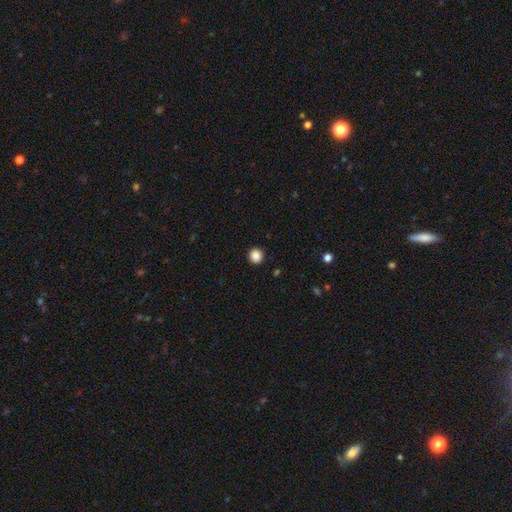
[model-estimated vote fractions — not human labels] smooth_or_featured: smooth (p=0.87) [alt: star or artifact p=0.10]
how_rounded: round (p=0.94) [alt: in between p=0.05]
merging: none (p=0.92) [alt: minor disturbance p=0.05]